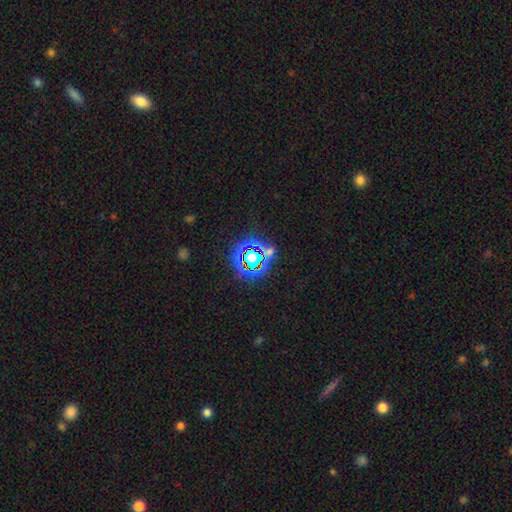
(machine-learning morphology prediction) Q: Smooth or featured?
A: star or artifact (74%); runner-up: smooth (17%)